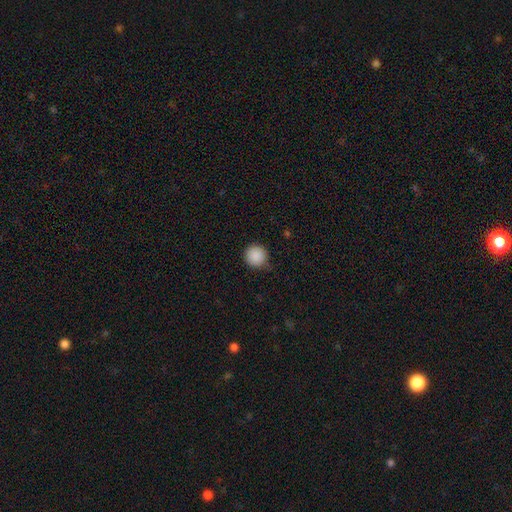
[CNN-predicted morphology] smooth 89%, star or artifact 8%, featured or disk 3%. Down the decision tree: how rounded — round (96%); merging — none (84%).